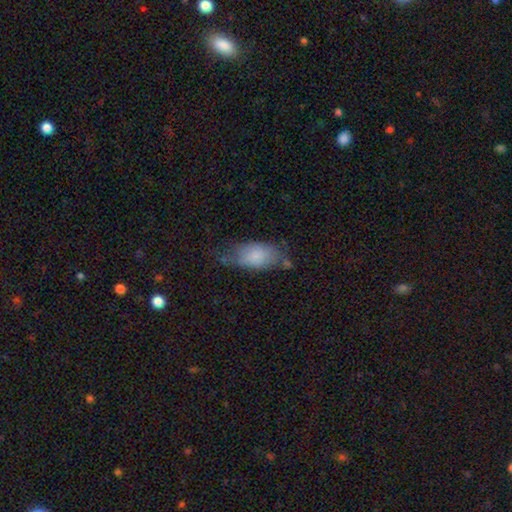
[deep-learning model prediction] The model was most divided on "merging": none: 45%, minor disturbance: 35%, major disturbance: 15%, merger: 5%. More confident: how rounded — in between (90%); smooth or featured — smooth (77%).